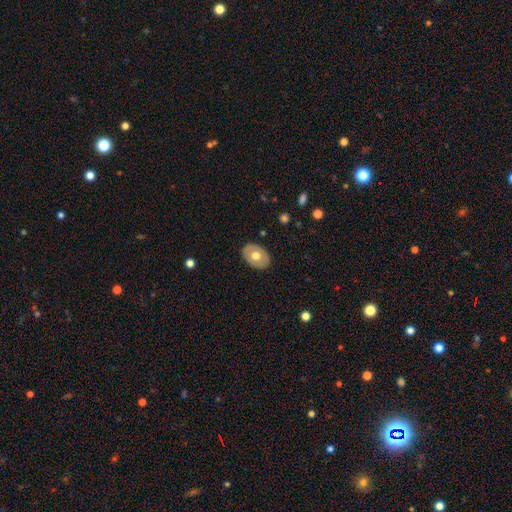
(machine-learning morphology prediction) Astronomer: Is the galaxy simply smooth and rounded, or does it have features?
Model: smooth — 58% (runner-up: featured or disk, 36%).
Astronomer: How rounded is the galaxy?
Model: in between — 77%.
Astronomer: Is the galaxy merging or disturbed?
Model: none — 86%.